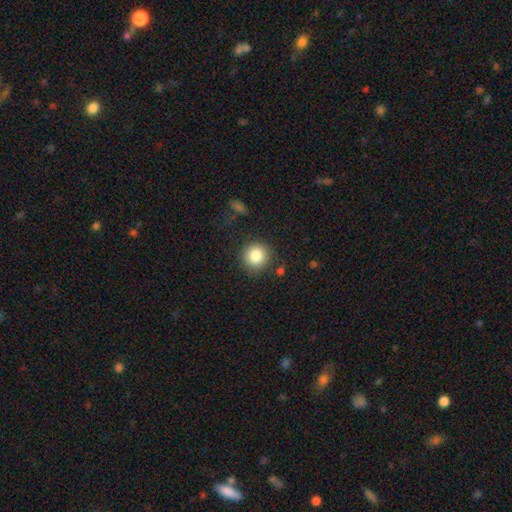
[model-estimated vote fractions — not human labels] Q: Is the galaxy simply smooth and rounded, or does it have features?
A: smooth — 84%.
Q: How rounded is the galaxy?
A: round — 93%.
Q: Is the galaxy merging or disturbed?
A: none — 86%.